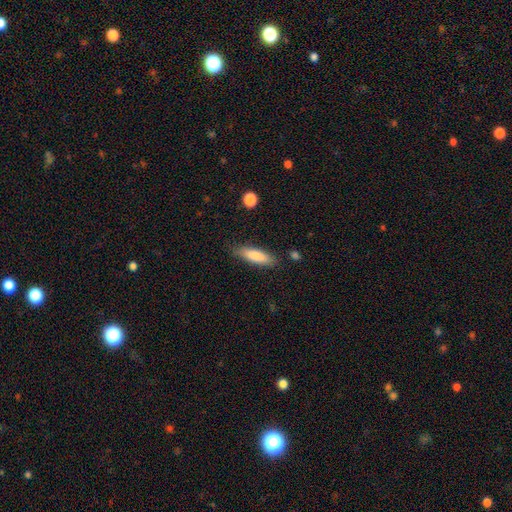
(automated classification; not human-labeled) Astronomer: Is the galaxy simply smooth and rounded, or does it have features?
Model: smooth — 82%.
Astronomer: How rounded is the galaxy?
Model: cigar-shaped — 61% (runner-up: in between, 38%).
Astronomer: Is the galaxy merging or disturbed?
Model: none — 82%.